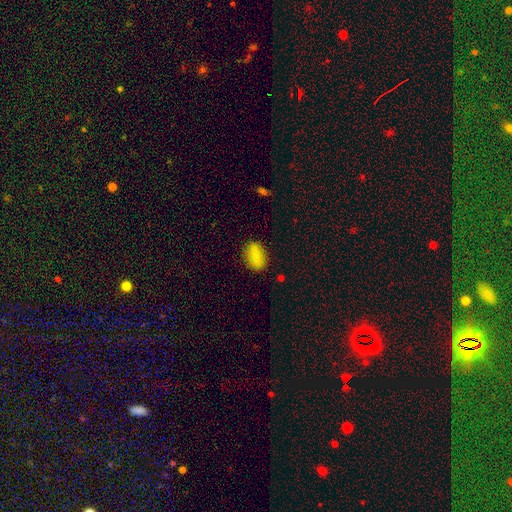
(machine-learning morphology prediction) smooth_or_featured: smooth (p=0.86) [alt: star or artifact p=0.09]
how_rounded: in between (p=0.86) [alt: round p=0.11]
merging: none (p=0.84) [alt: minor disturbance p=0.12]